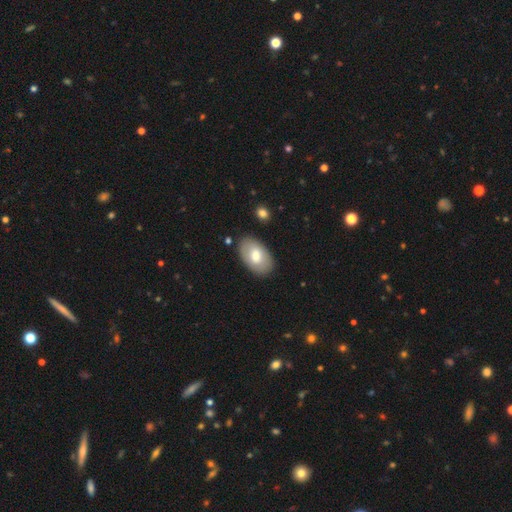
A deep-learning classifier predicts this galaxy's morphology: Smooth or featured? Predicted: smooth (p=0.69). How rounded? Predicted: in between (p=0.94). Merging? Predicted: none (p=0.83).